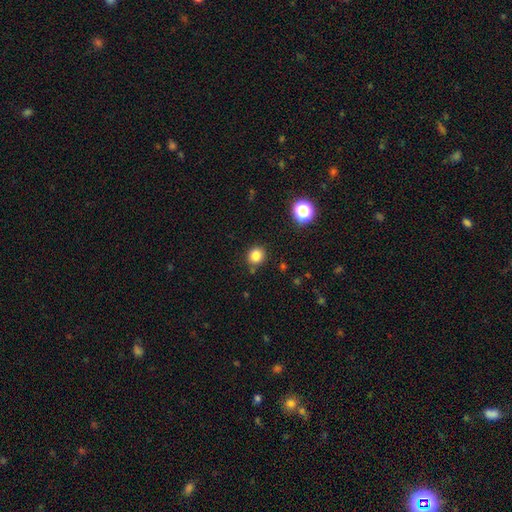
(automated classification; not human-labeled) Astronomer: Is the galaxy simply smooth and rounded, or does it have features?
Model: smooth — 82%.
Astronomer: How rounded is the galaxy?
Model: round — 88%.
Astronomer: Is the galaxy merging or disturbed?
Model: none — 86%.